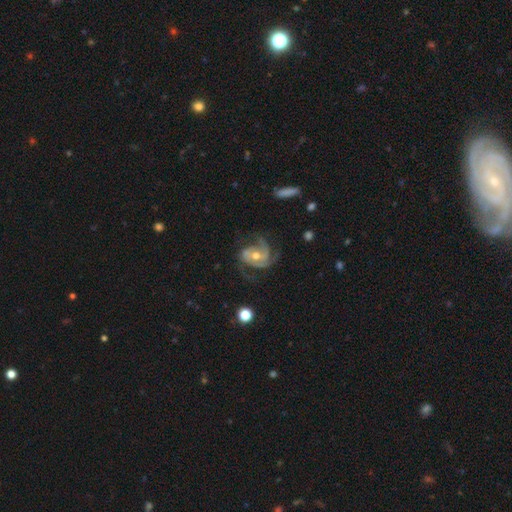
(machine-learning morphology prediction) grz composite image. It shows a featured or disk galaxy (88%) with no bar (56%), 3 (45%) medium (50%) spiral arms (97%) and a moderate central bulge (70%). Merging: none (57%).